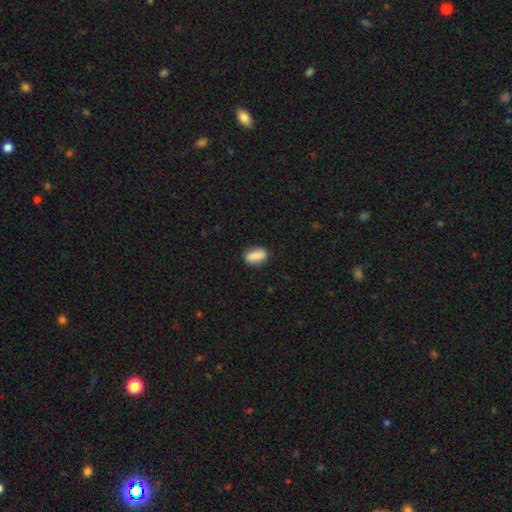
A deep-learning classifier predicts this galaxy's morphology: A smooth galaxy with no disk features (86%) that is in between round and cigar-shaped (85%).

Vote fractions:
- Smooth or featured? smooth: 86% / star or artifact: 7% / featured or disk: 7%
- How rounded? in between: 85% / round: 8% / cigar-shaped: 7%
- Merging? none: 84% / minor disturbance: 12% / major disturbance: 3% / merger: 1%